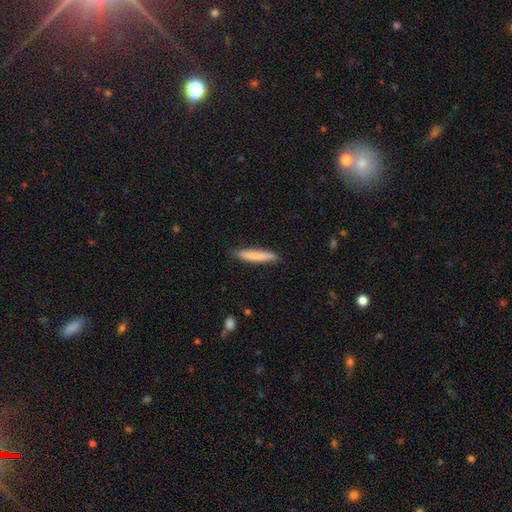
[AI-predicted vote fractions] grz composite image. It shows a smooth galaxy with no disk features (80%) that is cigar-shaped (92%). Merging: none (87%).